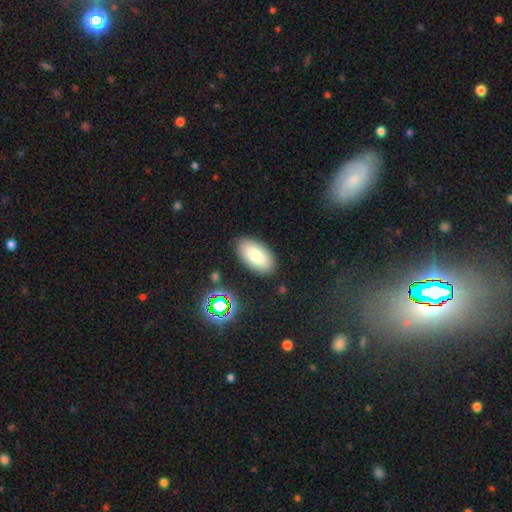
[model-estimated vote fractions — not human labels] Smooth or featured? smooth (79%)
How rounded? in between (94%)
Merging? none (86%)